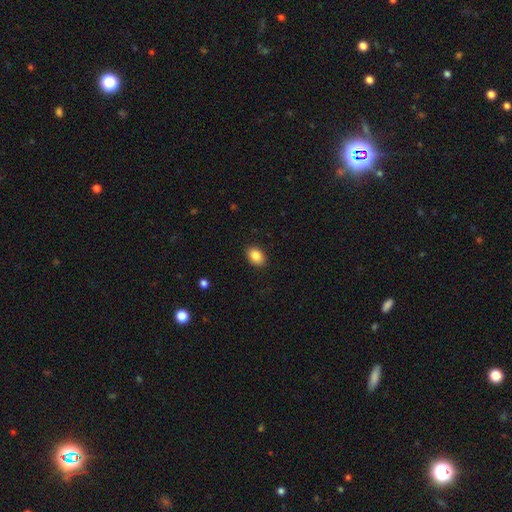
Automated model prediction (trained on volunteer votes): smooth-or-featured: smooth: 86% | star or artifact: 8% | featured or disk: 6%
  how-rounded: in between: 79% | round: 20% | cigar-shaped: 1%
  merging: none: 89% | minor disturbance: 8% | major disturbance: 2% | merger: 1%